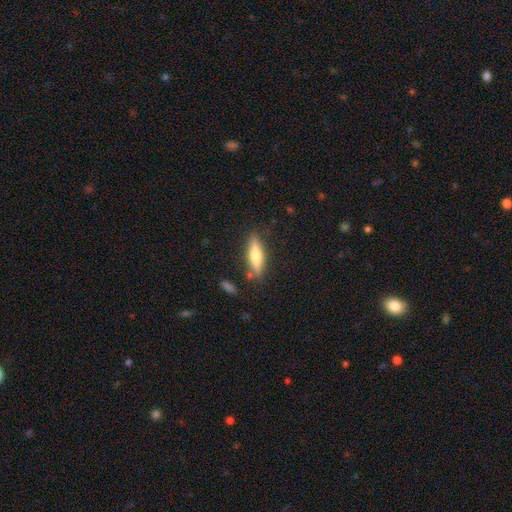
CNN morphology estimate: type=smooth (52%); roundness=cigar-shaped (70%); merging=none (82%).